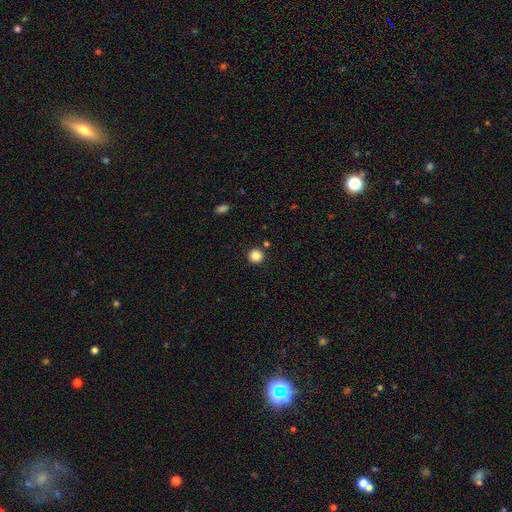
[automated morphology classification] smooth_or_featured: smooth (p=0.85) [alt: star or artifact p=0.11]
how_rounded: round (p=0.96) [alt: in between p=0.03]
merging: none (p=0.90) [alt: minor disturbance p=0.05]